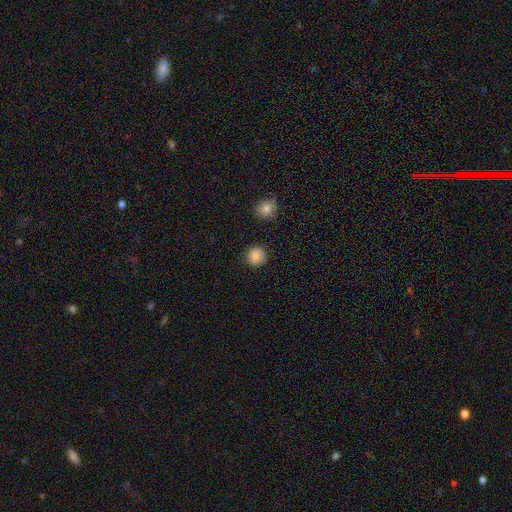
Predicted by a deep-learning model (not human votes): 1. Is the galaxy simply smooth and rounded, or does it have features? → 87% smooth, 9% star or artifact, 4% featured or disk.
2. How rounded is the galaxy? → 92% round, 7% in between, 1% cigar-shaped.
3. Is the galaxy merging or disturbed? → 89% none, 7% minor disturbance, 2% major disturbance, 2% merger.